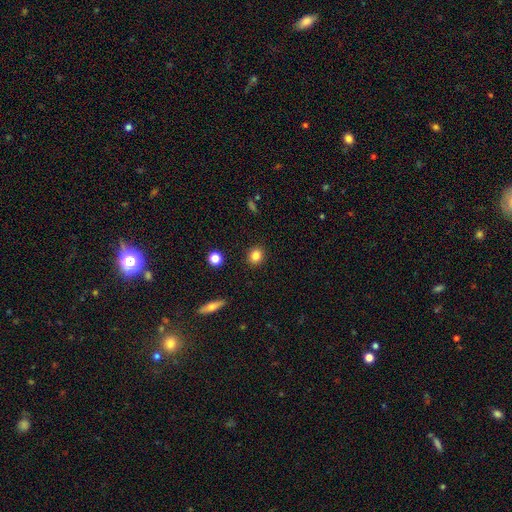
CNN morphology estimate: Smooth or featured? smooth (83%)
How rounded? round (77%)
Merging? none (91%)